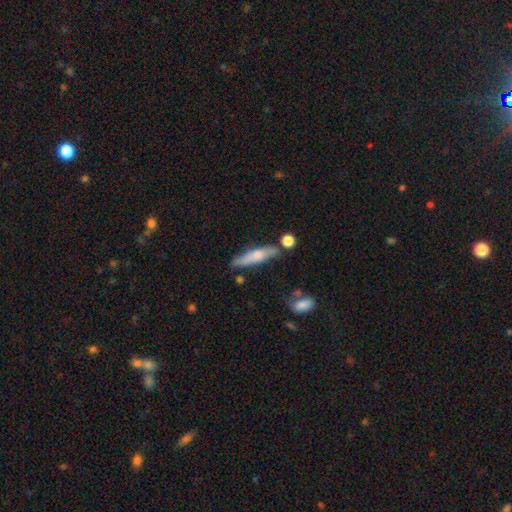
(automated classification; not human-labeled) A smooth galaxy with no disk features (61%) that is cigar-shaped (78%). Merging: none (70%).